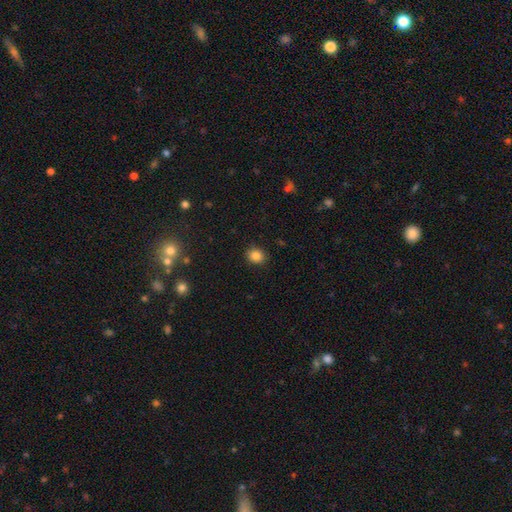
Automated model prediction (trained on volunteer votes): smooth-or-featured: smooth: 85% | star or artifact: 11% | featured or disk: 4%
  how-rounded: round: 69% | in between: 30% | cigar-shaped: 1%
  merging: none: 88% | minor disturbance: 9% | major disturbance: 2% | merger: 1%